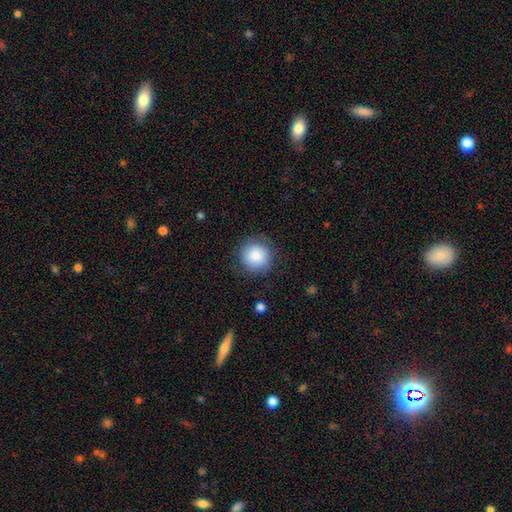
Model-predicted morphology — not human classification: smooth-or-featured: smooth: 84% | star or artifact: 8% | featured or disk: 8%
  how-rounded: round: 94% | in between: 5% | cigar-shaped: 1%
  merging: none: 84% | minor disturbance: 11% | major disturbance: 4% | merger: 1%